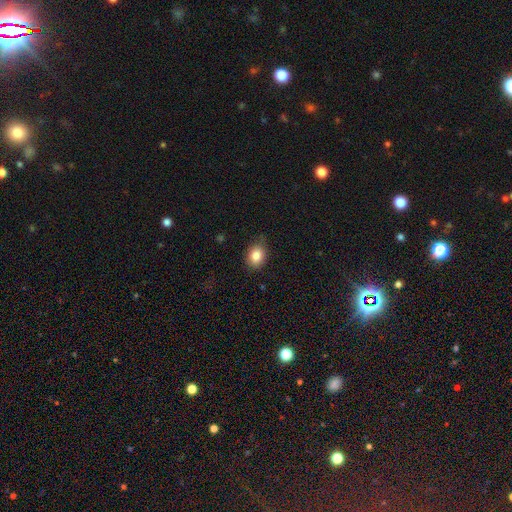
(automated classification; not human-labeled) Smooth or featured? Predicted: smooth (p=0.84). How rounded? Predicted: in between (p=0.59). Merging? Predicted: none (p=0.78).